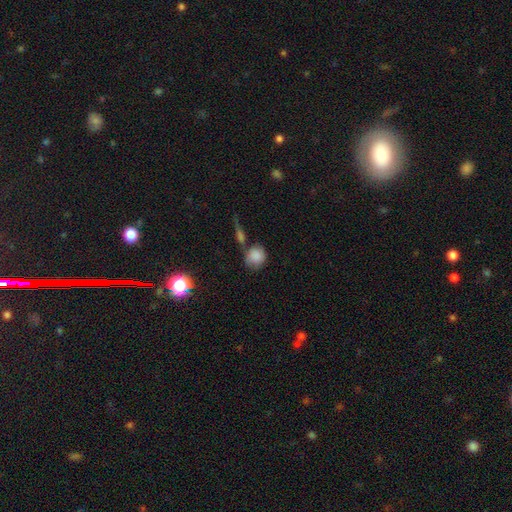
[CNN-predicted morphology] Smooth or featured?
  - smooth: 83% *
  - star or artifact: 9%
  - featured or disk: 8%
How rounded?
  - round: 81% *
  - in between: 17%
  - cigar-shaped: 2%
Merging?
  - none: 53% *
  - minor disturbance: 20%
  - merger: 19%
  - major disturbance: 8%